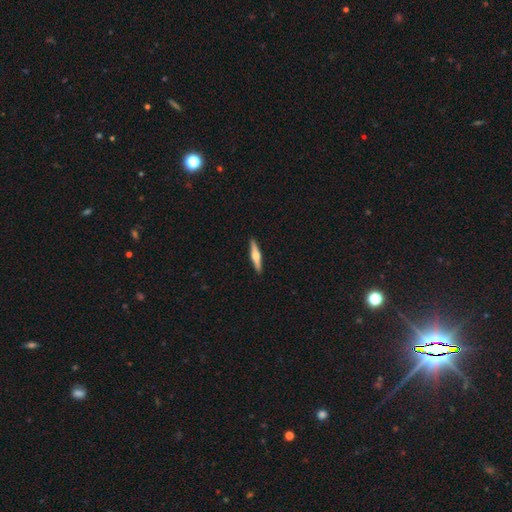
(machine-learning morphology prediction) smooth-or-featured: featured or disk: 61% | smooth: 34% | star or artifact: 5%
  disk-edge-on: yes: 97% | no: 3%
    edge-on-bulge: rounded: 93% | boxy: 5% | none: 3%
  merging: none: 92% | minor disturbance: 6% | major disturbance: 1% | merger: 1%